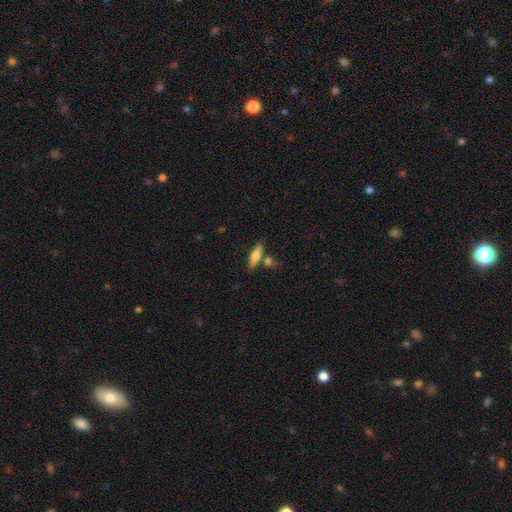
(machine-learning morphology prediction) smooth_or_featured: smooth (p=0.70) [alt: featured or disk p=0.24]
how_rounded: cigar-shaped (p=0.57) [alt: in between p=0.41]
merging: none (p=0.69) [alt: merger p=0.16]